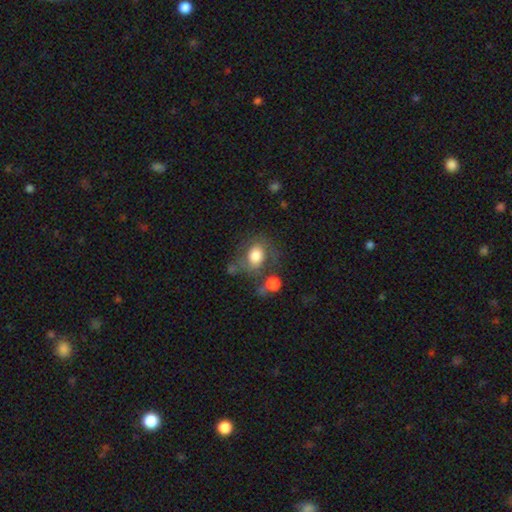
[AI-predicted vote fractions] Smooth or featured? Predicted: smooth (p=0.72). How rounded? Predicted: in between (p=0.52). Merging? Predicted: none (p=0.49).